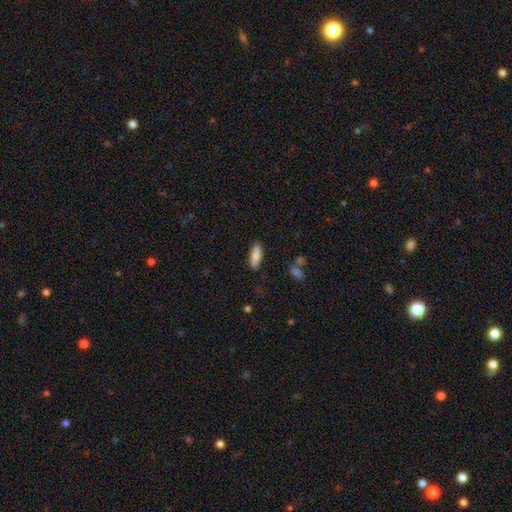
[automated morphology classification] Smooth or featured: smooth — 85% (featured or disk — 8%)
How rounded: in between — 52% (cigar-shaped — 46%)
Merging: none — 85% (minor disturbance — 11%)